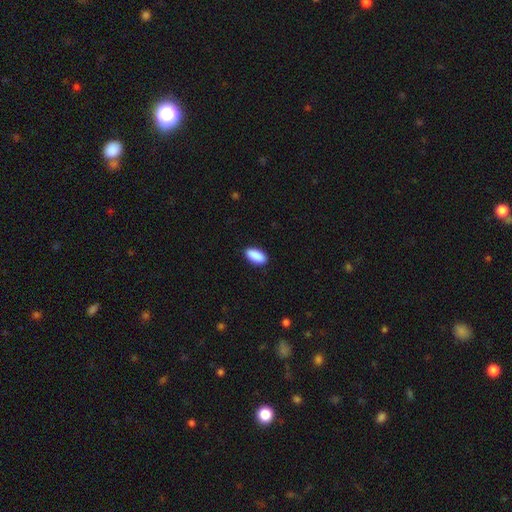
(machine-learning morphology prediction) Q: Smooth or featured?
A: smooth (91%); runner-up: star or artifact (6%)
Q: How rounded?
A: in between (90%); runner-up: cigar-shaped (8%)
Q: Merging?
A: none (89%); runner-up: minor disturbance (8%)